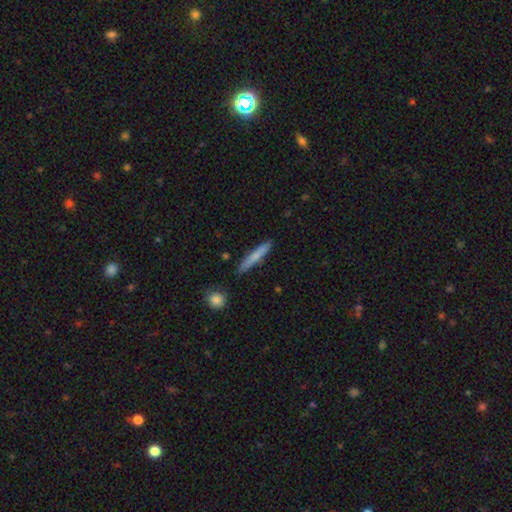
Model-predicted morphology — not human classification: smooth-or-featured: smooth: 68% | featured or disk: 27% | star or artifact: 6%
  how-rounded: cigar-shaped: 94% | in between: 4% | round: 2%
  merging: none: 86% | minor disturbance: 10% | merger: 3% | major disturbance: 2%